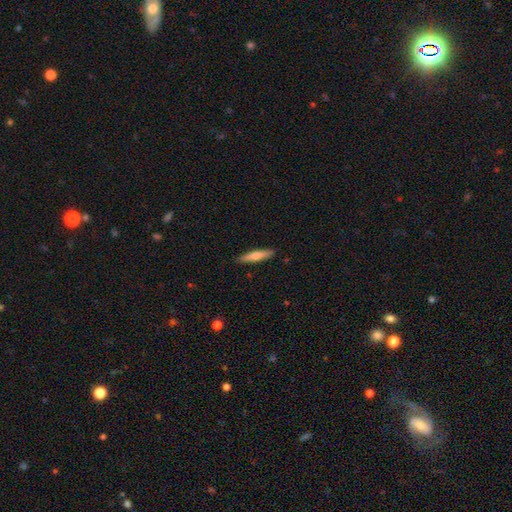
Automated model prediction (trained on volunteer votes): Overall: smooth (64%; featured or disk 31%). How rounded: cigar-shaped (86%). Merging: none (89%).